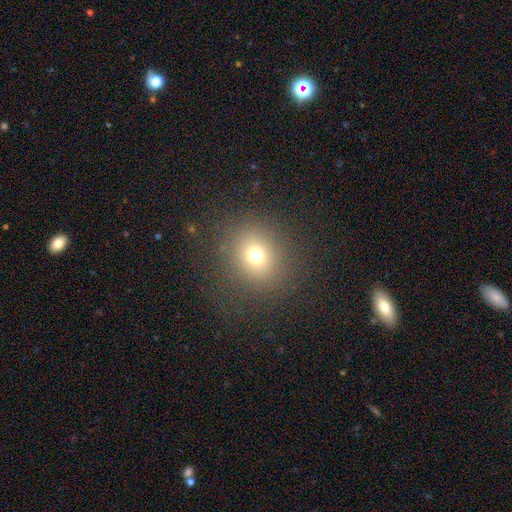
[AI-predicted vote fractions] smooth 70%, star or artifact 19%, featured or disk 10%. Down the decision tree: how rounded — round (82%); merging — none (85%).